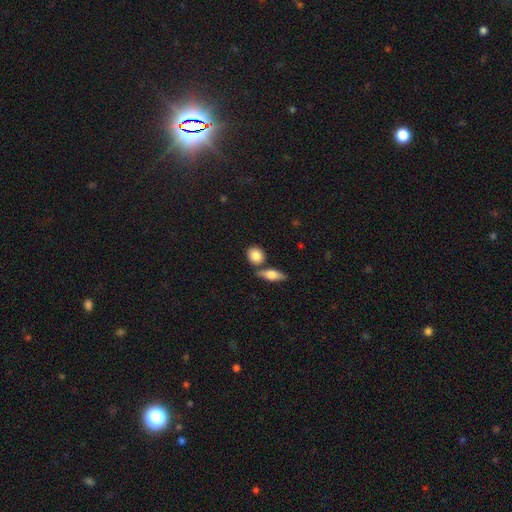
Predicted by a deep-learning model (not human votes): Smooth or featured: smooth — 83% (featured or disk — 10%)
How rounded: round — 61% (in between — 35%)
Merging: none — 68% (merger — 19%)